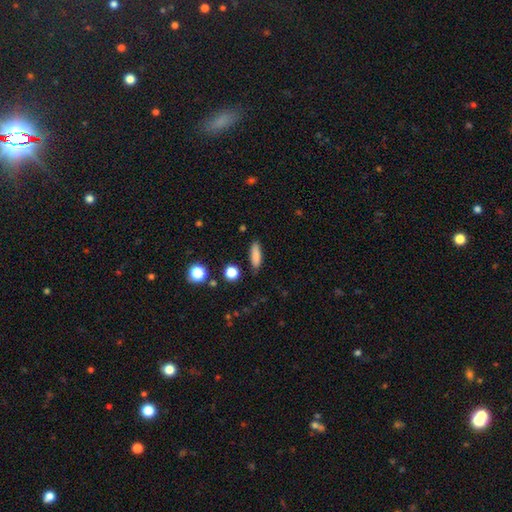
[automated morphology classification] smooth 84%, star or artifact 9%, featured or disk 7%. Down the decision tree: how rounded — cigar-shaped (58%); merging — none (86%).